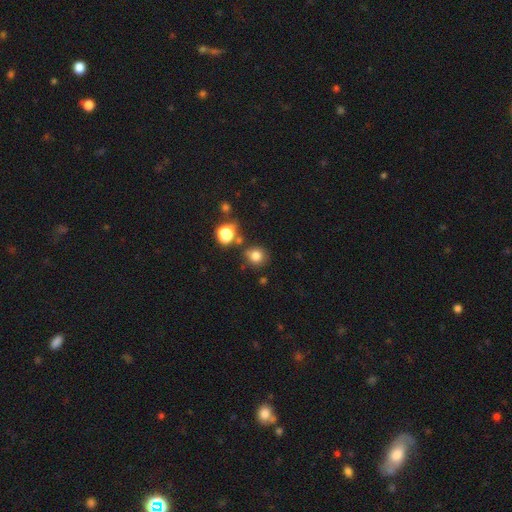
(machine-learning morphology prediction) smooth-or-featured: smooth: 79% | star or artifact: 15% | featured or disk: 6%
  how-rounded: round: 86% | in between: 13% | cigar-shaped: 1%
  merging: none: 76% | minor disturbance: 12% | merger: 8% | major disturbance: 4%